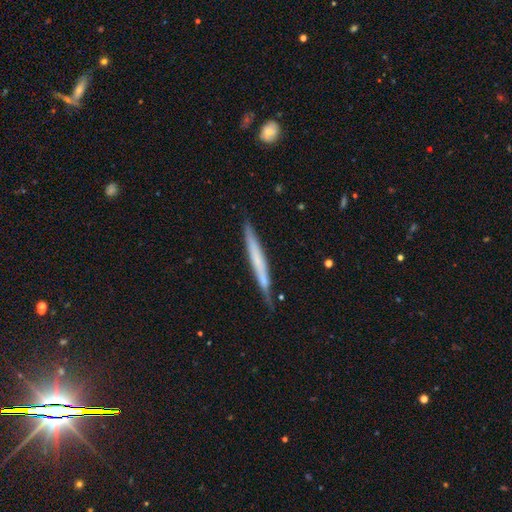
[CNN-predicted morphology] smooth_or_featured: smooth (p=0.48) [alt: featured or disk p=0.45]
merging: none (p=0.83) [alt: minor disturbance p=0.13]